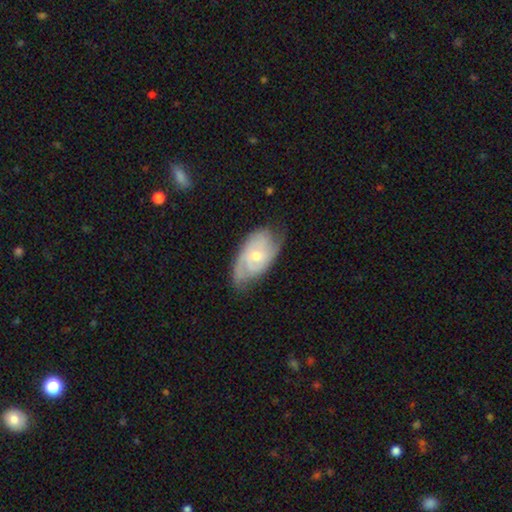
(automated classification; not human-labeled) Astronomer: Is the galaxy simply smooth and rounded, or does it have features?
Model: featured or disk — 78%.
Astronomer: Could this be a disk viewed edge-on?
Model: no — 95%.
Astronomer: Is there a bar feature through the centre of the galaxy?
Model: no — 68%.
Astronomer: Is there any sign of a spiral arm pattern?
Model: yes — 93%.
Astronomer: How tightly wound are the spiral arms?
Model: tight — 54% (runner-up: medium, 36%).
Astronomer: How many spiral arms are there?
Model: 2 — 42% (runner-up: can't tell, 26%).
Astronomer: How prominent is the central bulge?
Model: moderate — 52% (runner-up: small, 44%).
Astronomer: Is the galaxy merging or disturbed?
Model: none — 68%.